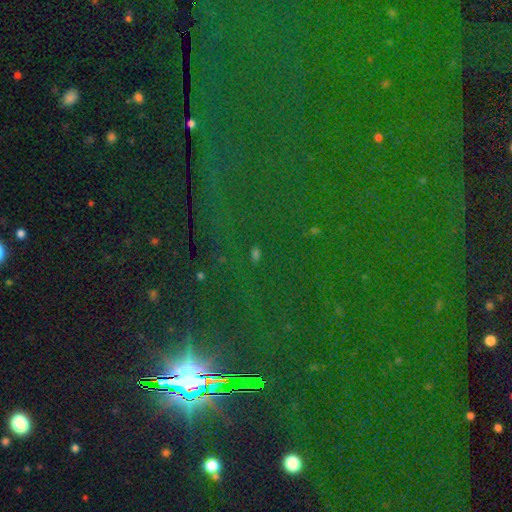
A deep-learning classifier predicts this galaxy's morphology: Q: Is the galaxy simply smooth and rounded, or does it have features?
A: star or artifact — 87%.